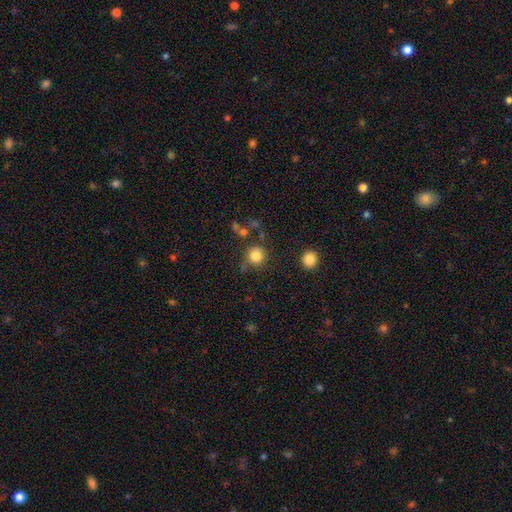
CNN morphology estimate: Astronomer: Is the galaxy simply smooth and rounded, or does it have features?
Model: smooth — 82%.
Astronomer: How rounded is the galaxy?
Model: round — 92%.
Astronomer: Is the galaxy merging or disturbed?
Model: none — 77%.